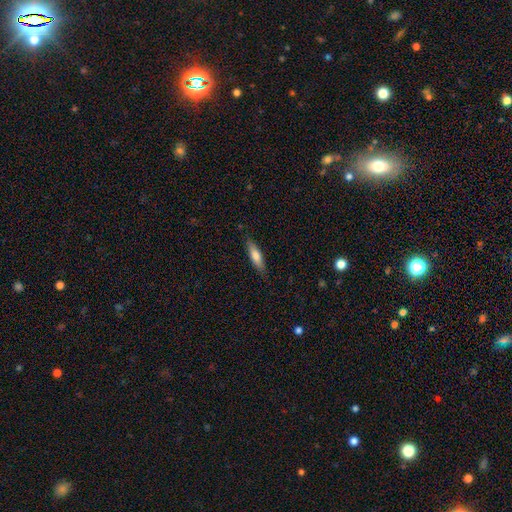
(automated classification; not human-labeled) smooth-or-featured: smooth: 69% | featured or disk: 25% | star or artifact: 6%
  how-rounded: cigar-shaped: 67% | in between: 31% | round: 2%
  merging: none: 86% | minor disturbance: 11% | major disturbance: 2% | merger: 1%